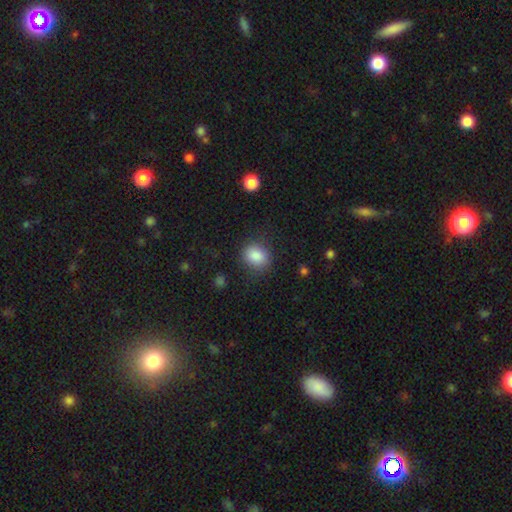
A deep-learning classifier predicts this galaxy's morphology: smooth 86%, star or artifact 9%, featured or disk 5%. Down the decision tree: how rounded — round (59%); merging — none (79%).